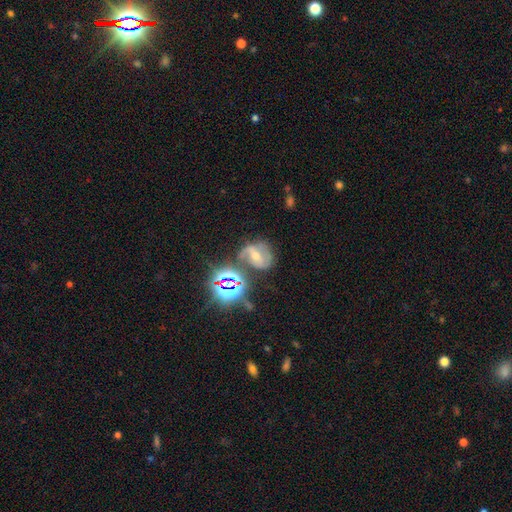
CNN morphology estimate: Q: Smooth or featured?
A: featured or disk (54%); runner-up: star or artifact (30%)
Q: Edge-on disk?
A: no (96%); runner-up: yes (4%)
Q: Bar?
A: weak (40%); runner-up: strong (34%)
Q: Spiral arms?
A: yes (87%); runner-up: no (13%)
Q: Bulge size?
A: moderate (50%); runner-up: small (43%)
Q: Merging?
A: none (65%); runner-up: minor disturbance (17%)